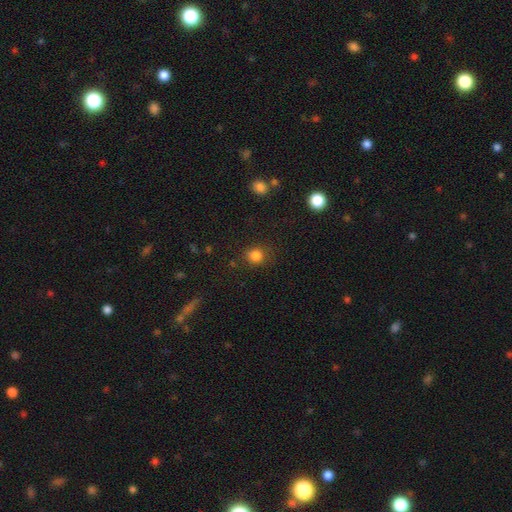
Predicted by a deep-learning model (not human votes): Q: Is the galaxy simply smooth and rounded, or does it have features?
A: smooth — 83%.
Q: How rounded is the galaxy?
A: round — 78%.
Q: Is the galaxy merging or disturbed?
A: none — 81%.